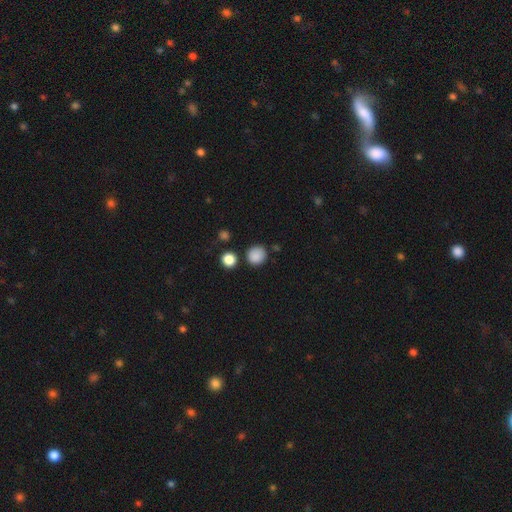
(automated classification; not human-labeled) smooth-or-featured: smooth: 86% | star or artifact: 10% | featured or disk: 3%
  how-rounded: round: 90% | in between: 9% | cigar-shaped: 1%
  merging: none: 82% | minor disturbance: 11% | merger: 5% | major disturbance: 3%